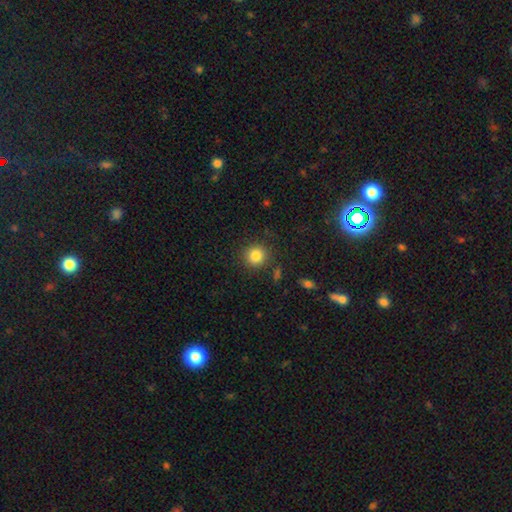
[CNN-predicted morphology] Smooth or featured?
  - smooth: 84% *
  - star or artifact: 10%
  - featured or disk: 6%
How rounded?
  - round: 91% *
  - in between: 8%
  - cigar-shaped: 1%
Merging?
  - none: 87% *
  - minor disturbance: 8%
  - major disturbance: 3%
  - merger: 2%